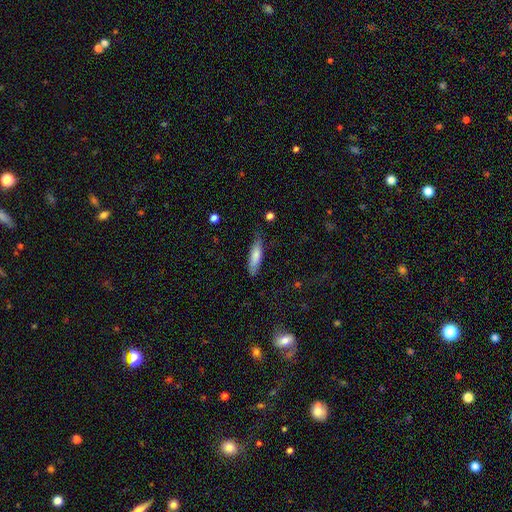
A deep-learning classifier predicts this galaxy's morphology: type=smooth (80%); roundness=cigar-shaped (60%); merging=none (74%).